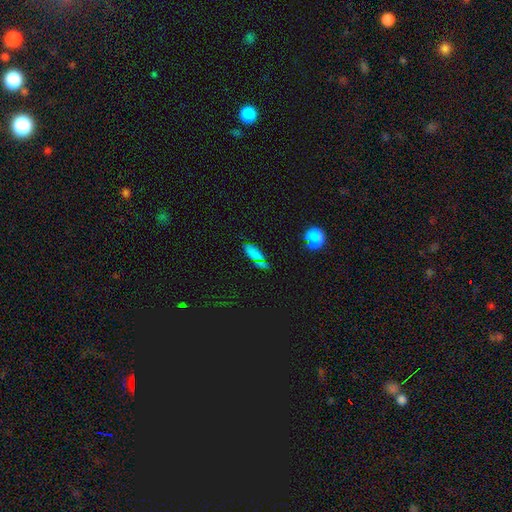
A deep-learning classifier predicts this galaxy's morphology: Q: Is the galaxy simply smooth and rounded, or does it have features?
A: smooth — 67%.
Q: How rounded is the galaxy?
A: in between — 71%.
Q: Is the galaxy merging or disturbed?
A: none — 77%.